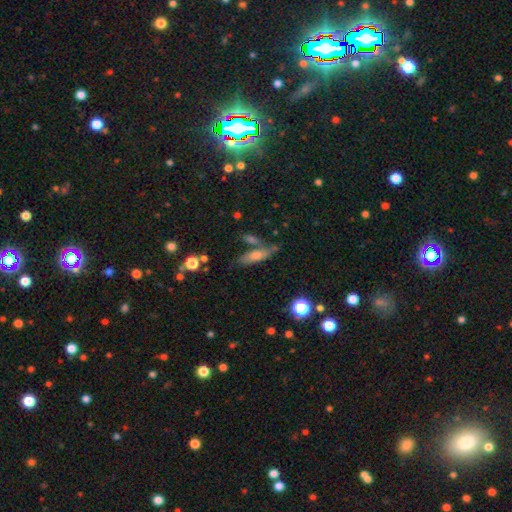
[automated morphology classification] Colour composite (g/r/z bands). It shows a smooth galaxy with no disk features (60%) that is cigar-shaped (53%). Merging: none (57%).